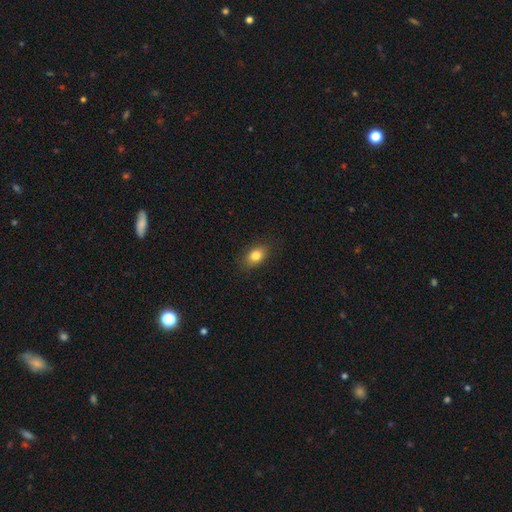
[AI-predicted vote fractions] smooth_or_featured: smooth (p=0.83) [alt: star or artifact p=0.09]
how_rounded: in between (p=0.82) [alt: round p=0.17]
merging: none (p=0.86) [alt: minor disturbance p=0.10]